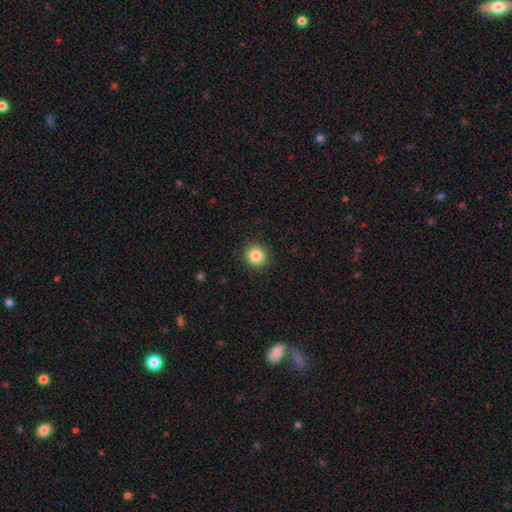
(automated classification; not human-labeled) smooth-or-featured: smooth: 85% | star or artifact: 10% | featured or disk: 5%
  how-rounded: round: 91% | in between: 8% | cigar-shaped: 1%
  merging: none: 91% | minor disturbance: 6% | major disturbance: 2% | merger: 1%